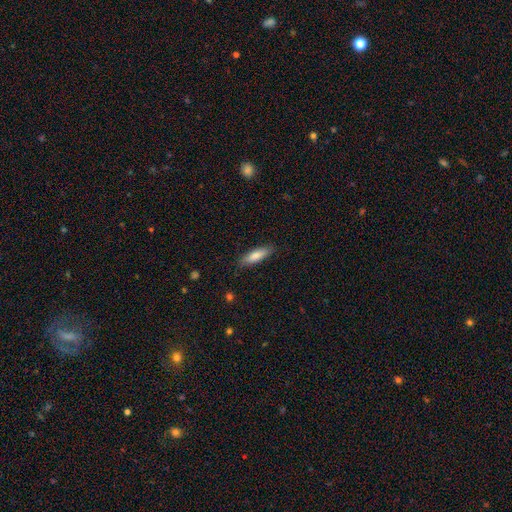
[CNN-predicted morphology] Overall: smooth (83%). How rounded: cigar-shaped (55%; in between 44%). Merging: none (86%).